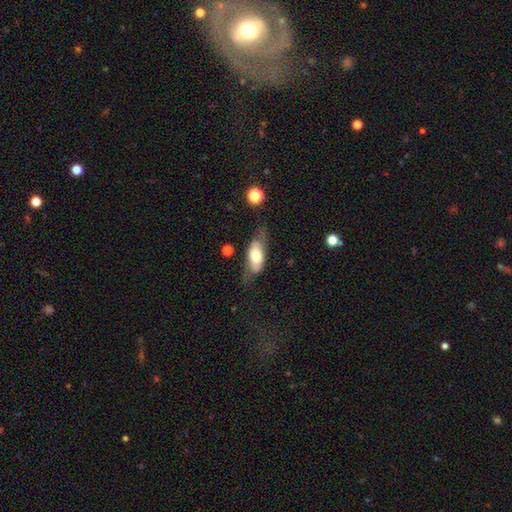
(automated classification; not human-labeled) A smooth galaxy with no disk features (55%) that is in between round and cigar-shaped (78%).

Vote fractions:
- Smooth or featured? smooth: 55% / featured or disk: 39% / star or artifact: 6%
- How rounded? in between: 78% / cigar-shaped: 19% / round: 4%
- Merging? none: 58% / minor disturbance: 26% / major disturbance: 13% / merger: 3%